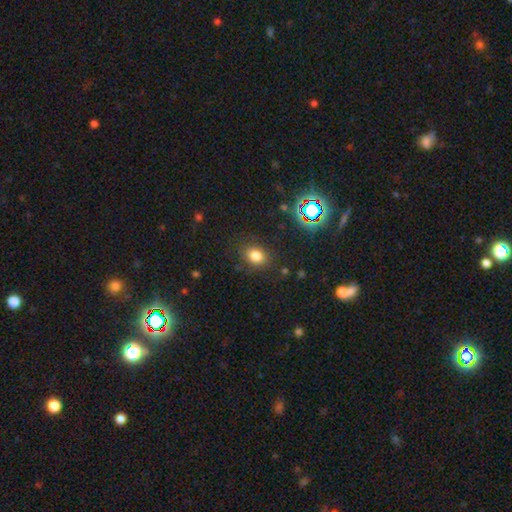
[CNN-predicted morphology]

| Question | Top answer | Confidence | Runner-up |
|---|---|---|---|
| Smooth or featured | smooth | 78% | star or artifact (14%) |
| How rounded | in between | 55% | round (44%) |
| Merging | none | 83% | minor disturbance (12%) |